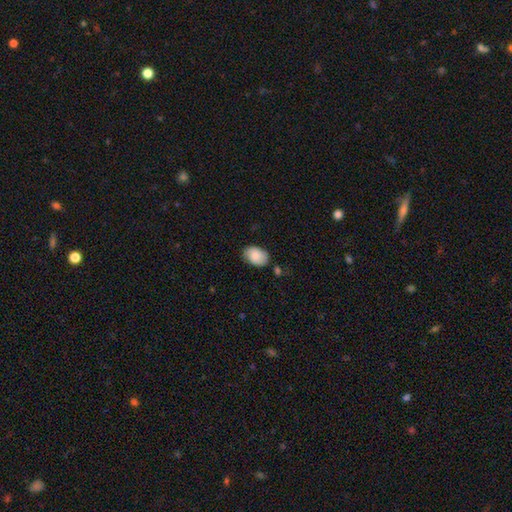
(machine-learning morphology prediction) A smooth galaxy with no disk features (75%) that is in between round and cigar-shaped (81%). Merging: none (65%).